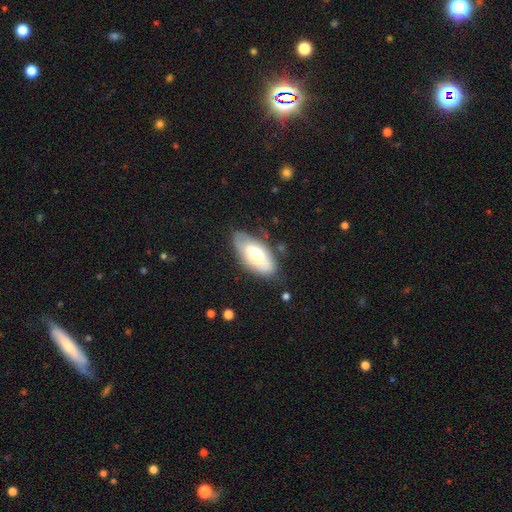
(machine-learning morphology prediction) Q: Smooth or featured?
A: smooth (61%); runner-up: featured or disk (32%)
Q: How rounded?
A: in between (92%); runner-up: cigar-shaped (6%)
Q: Merging?
A: none (70%); runner-up: minor disturbance (22%)